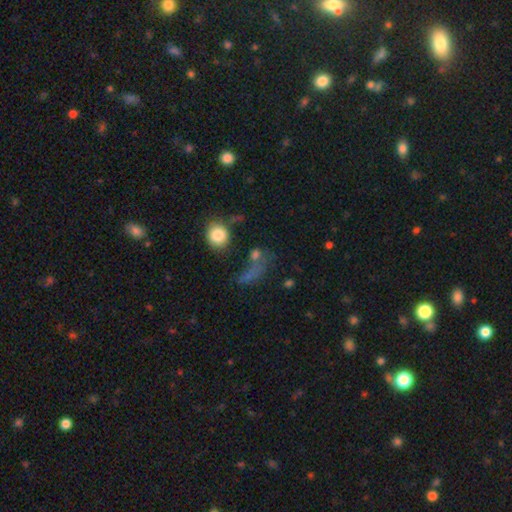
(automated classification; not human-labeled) Smooth or featured? smooth (62%)
How rounded? round (46%)
Merging? none (42%)